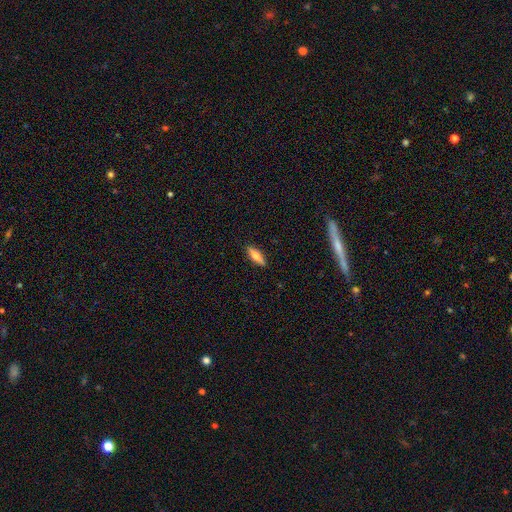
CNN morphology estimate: type=smooth (65%); roundness=cigar-shaped (55%); merging=none (89%).